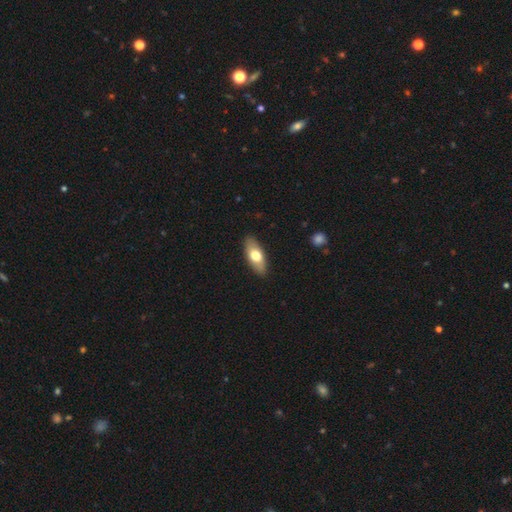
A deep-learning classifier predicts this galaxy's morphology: The model was most divided on "smooth or featured": smooth: 67%, featured or disk: 28%, star or artifact: 5%. More confident: merging — none (89%); how rounded — in between (80%).